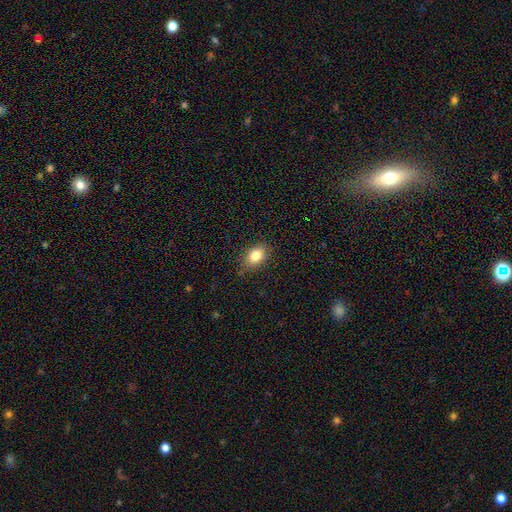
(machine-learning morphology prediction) The model was most divided on "how rounded": in between: 82%, round: 16%, cigar-shaped: 2%. More confident: merging — none (83%); smooth or featured — smooth (83%).